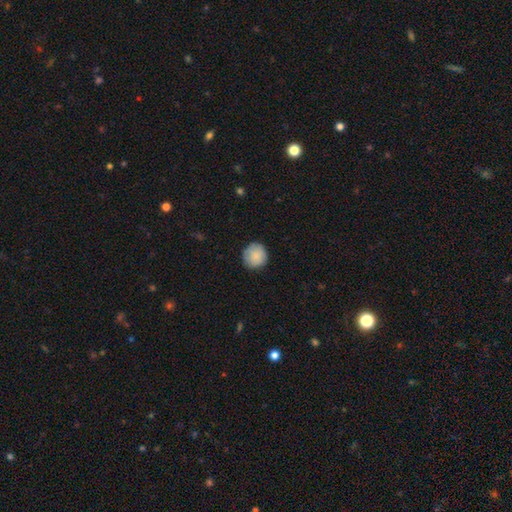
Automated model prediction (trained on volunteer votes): This is clearly a smooth galaxy (86%). How rounded: clearly round (92%). Merging: clearly none (85%).